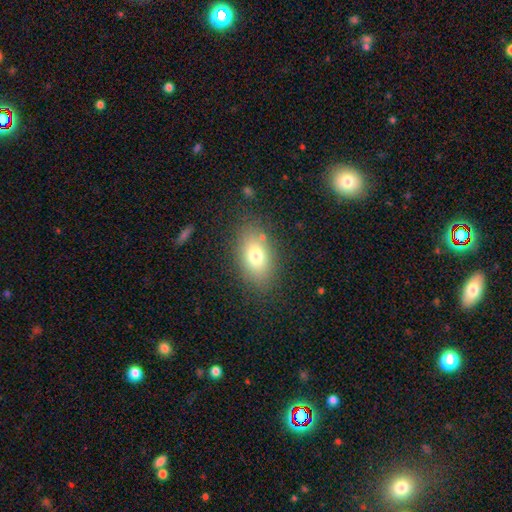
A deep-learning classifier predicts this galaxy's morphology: type=smooth (75%); roundness=in between (86%); merging=none (81%).